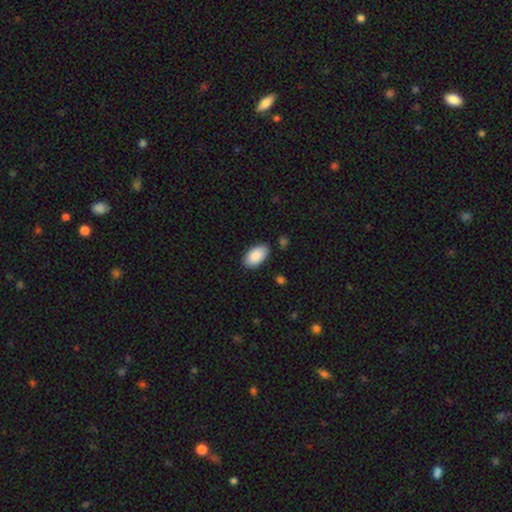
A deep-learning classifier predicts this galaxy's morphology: Smooth or featured: smooth — 89% (star or artifact — 6%)
How rounded: in between — 96% (round — 3%)
Merging: none — 85% (minor disturbance — 11%)